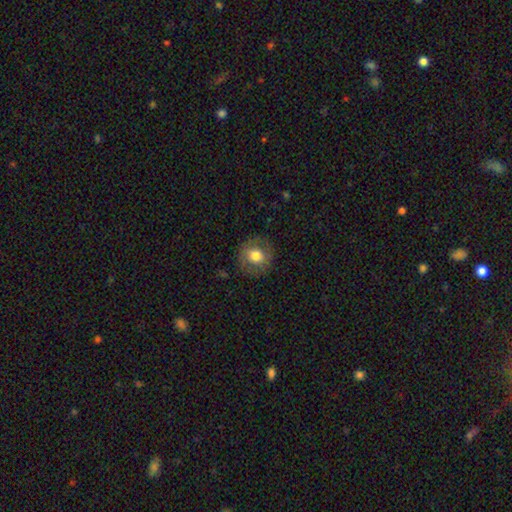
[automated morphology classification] smooth-or-featured: smooth: 70% | featured or disk: 21% | star or artifact: 8%
  how-rounded: round: 88% | in between: 11% | cigar-shaped: 1%
  merging: none: 83% | minor disturbance: 11% | major disturbance: 4% | merger: 1%